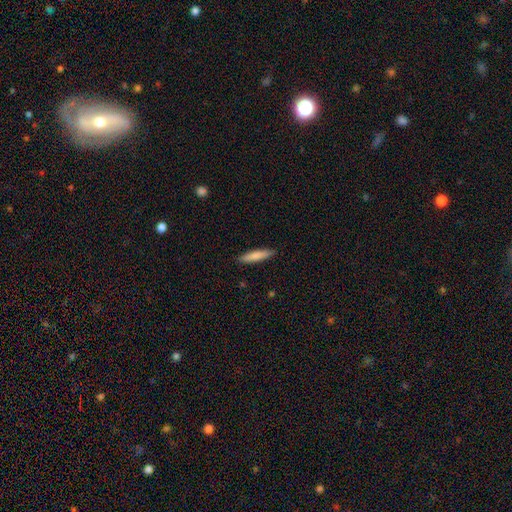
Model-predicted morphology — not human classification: This is clearly a smooth galaxy (81%). How rounded: clearly cigar-shaped (85%). Merging: clearly none (88%).